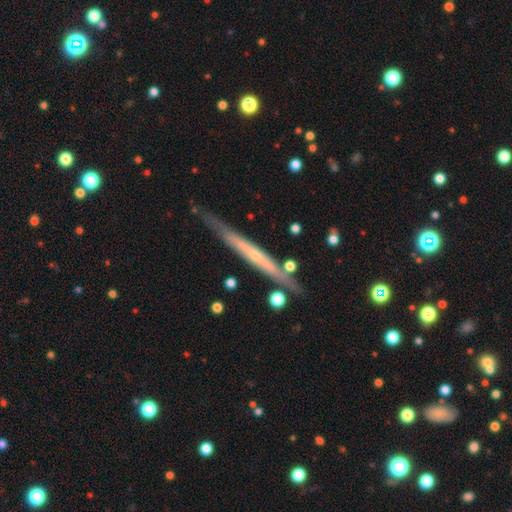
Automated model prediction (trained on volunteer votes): smooth_or_featured: featured or disk (p=0.70) [alt: smooth p=0.24]
disk_edge_on: yes (p=0.92) [alt: no p=0.08]
edge_on_bulge: none (p=0.62) [alt: rounded p=0.34]
merging: none (p=0.75) [alt: minor disturbance p=0.17]